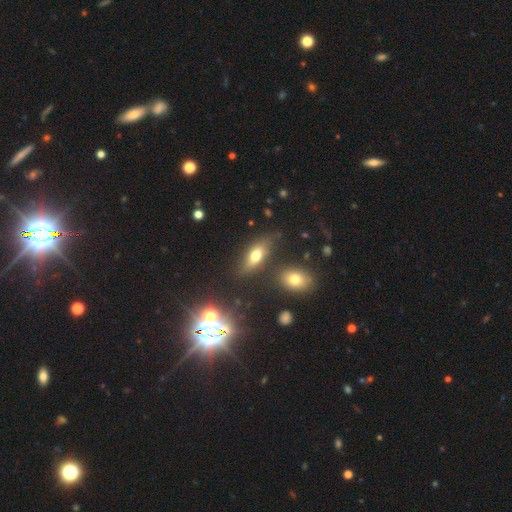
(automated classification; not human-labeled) A smooth galaxy with no disk features (64%) that is in between round and cigar-shaped (74%). Merging: none (73%).